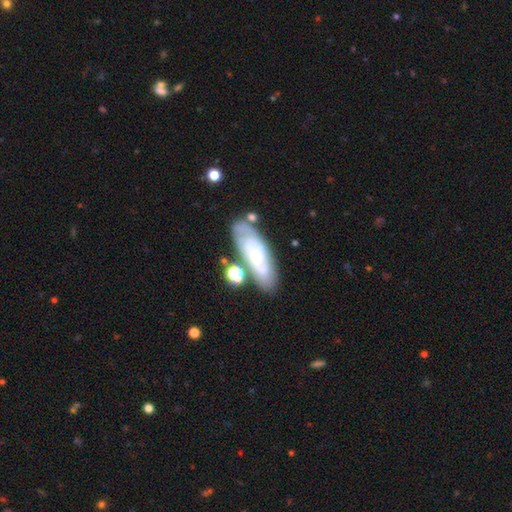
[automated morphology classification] This appears to be a featured or disk galaxy (55%). Merging: none (63%).